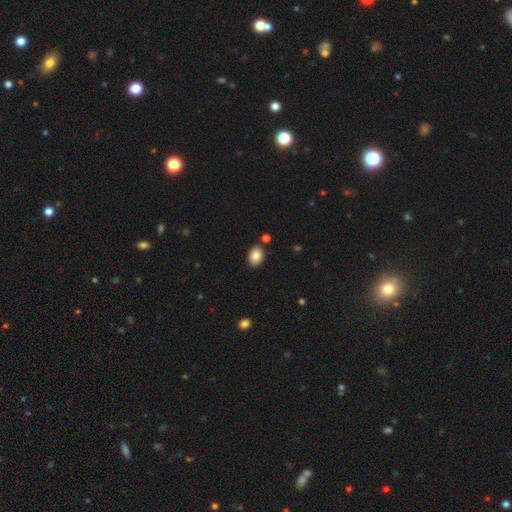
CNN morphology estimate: Q: Smooth or featured?
A: smooth (86%); runner-up: star or artifact (8%)
Q: How rounded?
A: in between (78%); runner-up: round (21%)
Q: Merging?
A: none (84%); runner-up: minor disturbance (9%)